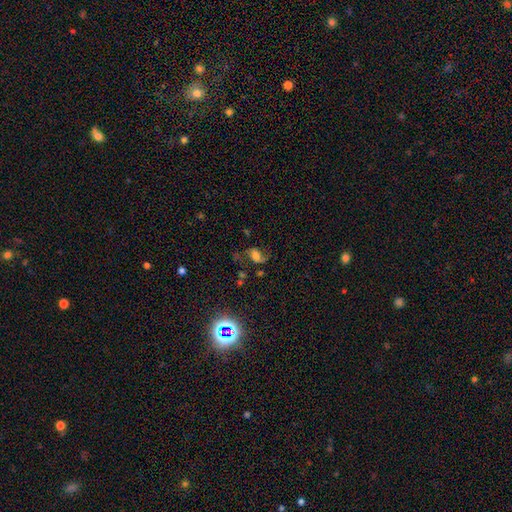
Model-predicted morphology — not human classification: Smooth or featured? featured or disk (57%)
Edge-on disk? no (96%)
Bar? no (48%)
Spiral arms? yes (89%)
Bulge size? large (30%)
Merging? none (57%)